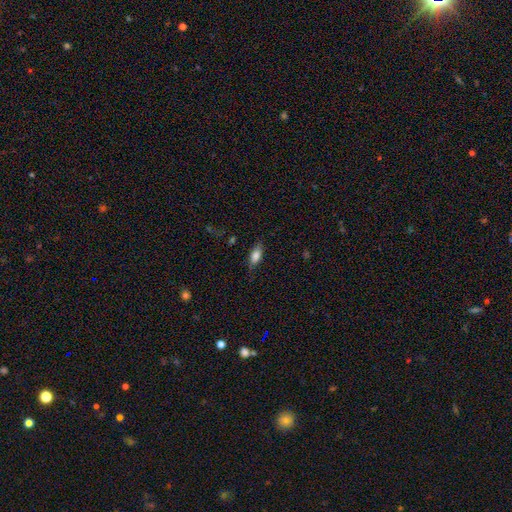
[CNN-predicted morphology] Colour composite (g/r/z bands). It shows a smooth galaxy with no disk features (80%) that is in between round and cigar-shaped (80%). Merging: none (77%).